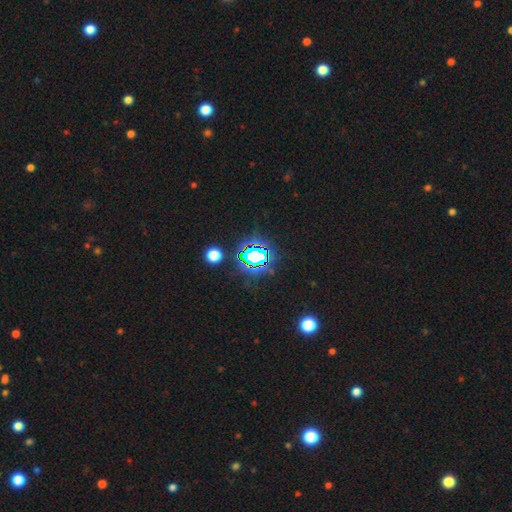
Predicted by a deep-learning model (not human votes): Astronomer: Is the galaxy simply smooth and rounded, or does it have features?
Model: star or artifact — 73%.